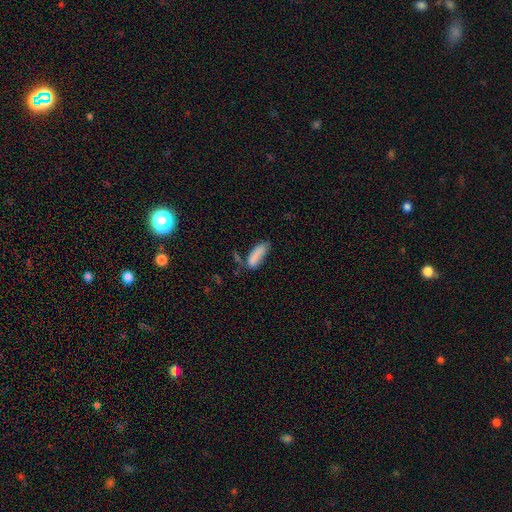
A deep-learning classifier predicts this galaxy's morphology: smooth 82%, featured or disk 10%, star or artifact 8%. Down the decision tree: how rounded — in between (59%); merging — none (46%).